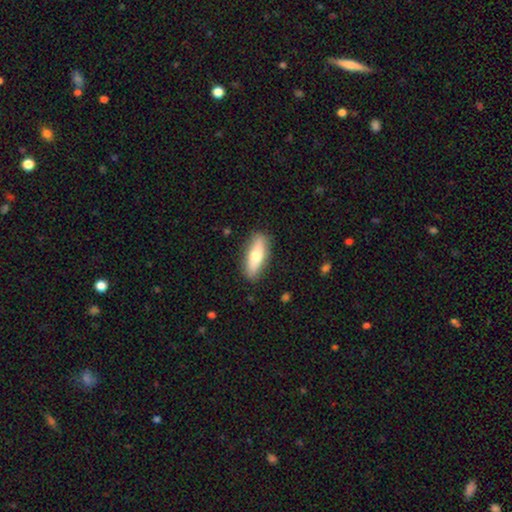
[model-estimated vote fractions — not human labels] This appears to be a smooth galaxy with no disk features (63%) that is in between round and cigar-shaped (60%). Merging: none (87%).